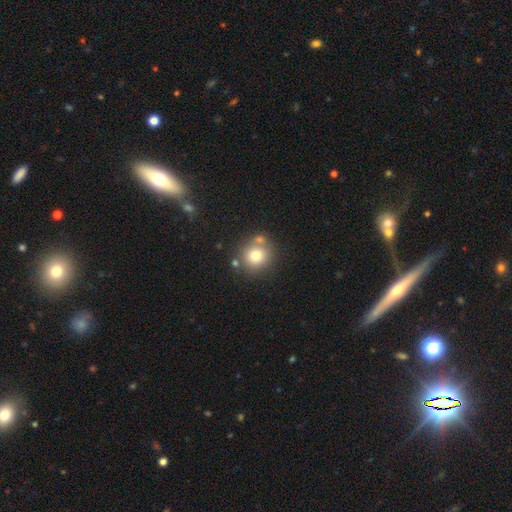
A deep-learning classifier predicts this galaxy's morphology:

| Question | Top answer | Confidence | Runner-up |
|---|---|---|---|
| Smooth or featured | smooth | 76% | featured or disk (13%) |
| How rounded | round | 88% | in between (11%) |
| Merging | none | 67% | merger (19%) |